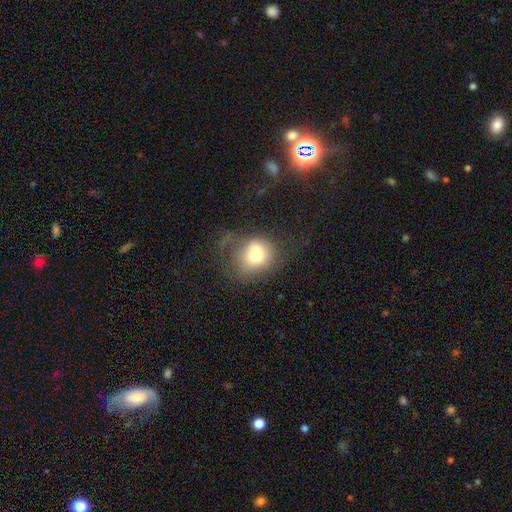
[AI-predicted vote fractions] A smooth galaxy with no disk features (65%) that is round (66%). Merging: none (30%).